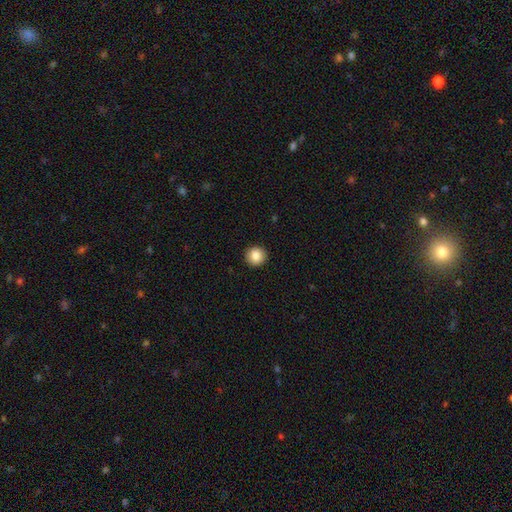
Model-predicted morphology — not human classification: smooth_or_featured: smooth (p=0.87) [alt: star or artifact p=0.09]
how_rounded: round (p=0.95) [alt: in between p=0.04]
merging: none (p=0.93) [alt: minor disturbance p=0.04]